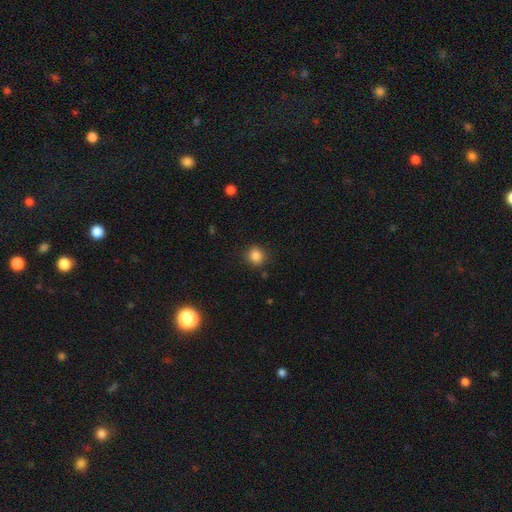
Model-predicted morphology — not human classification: Smooth or featured: smooth — 85% (star or artifact — 11%)
How rounded: round — 85% (in between — 14%)
Merging: none — 86% (minor disturbance — 10%)